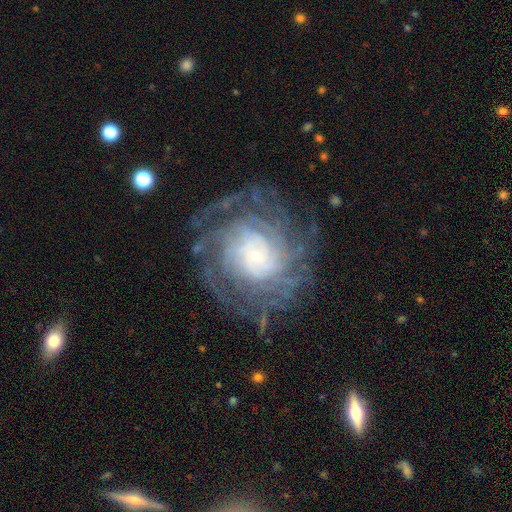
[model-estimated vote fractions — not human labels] A featured or disk galaxy (86%) with no bar (73%), can't tell (27%, tied with more than 4) tight (73%) spiral arms (96%) and a small central bulge (81%).

Vote fractions:
- Smooth or featured? featured or disk: 86% / smooth: 7% / star or artifact: 7%
- Edge-on disk? no: 97% / yes: 3%
- Bar? no: 73% / weak: 21% / strong: 7%
- Spiral arms? yes: 96% / no: 4%
- Spiral winding? tight: 73% / medium: 21% / loose: 6%
- Spiral arm count? can't tell: 27% (tied) / more than 4: 27% (tied) / 4: 20% / 3: 10% / 2: 9% / 1: 8%
- Bulge size? small: 81% / moderate: 10% / large: 4% / none: 3% / dominant: 2%
- Merging? none: 76% / minor disturbance: 14% / major disturbance: 9% / merger: 2%